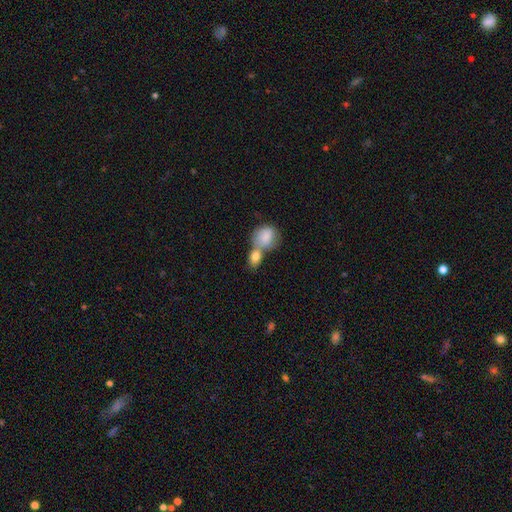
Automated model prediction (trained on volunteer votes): Smooth or featured? smooth (82%)
How rounded? round (51%)
Merging? merger (59%)